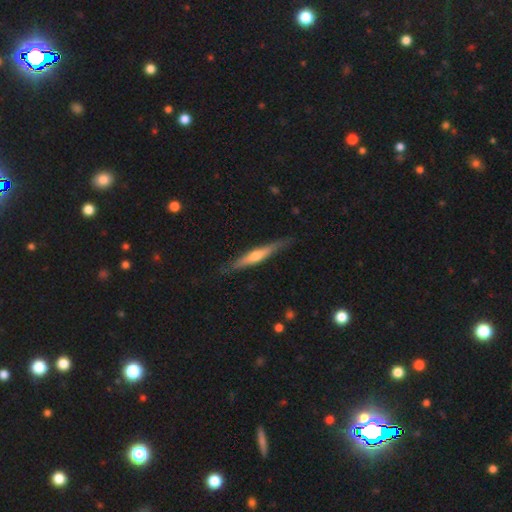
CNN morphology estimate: This appears to be a featured or disk galaxy (60%) viewed edge-on (95%) with a rounded central bulge (84%). Merging: none (84%).